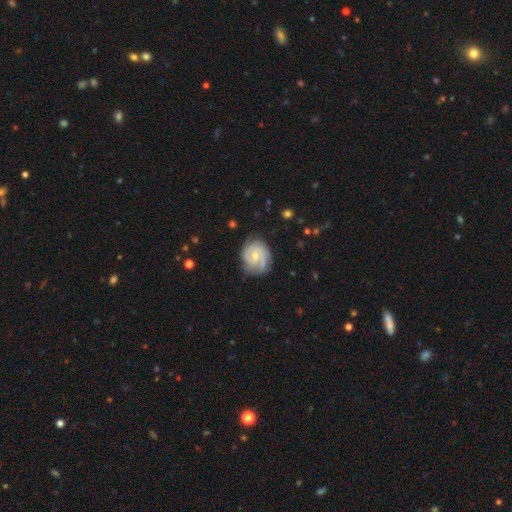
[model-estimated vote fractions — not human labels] Q: Smooth or featured?
A: featured or disk (83%); runner-up: smooth (12%)
Q: Edge-on disk?
A: no (98%); runner-up: yes (2%)
Q: Bar?
A: no (61%); runner-up: weak (34%)
Q: Spiral arms?
A: yes (96%); runner-up: no (4%)
Q: Spiral winding?
A: tight (67%); runner-up: medium (27%)
Q: Spiral arm count?
A: 2 (42%); runner-up: 3 (28%)
Q: Bulge size?
A: small (55%); runner-up: moderate (41%)
Q: Merging?
A: none (76%); runner-up: minor disturbance (17%)